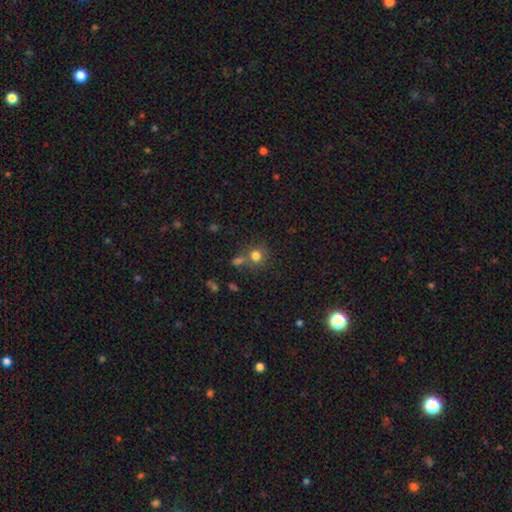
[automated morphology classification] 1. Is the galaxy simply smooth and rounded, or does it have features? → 78% smooth, 14% star or artifact, 8% featured or disk.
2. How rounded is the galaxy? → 83% round, 16% in between, 1% cigar-shaped.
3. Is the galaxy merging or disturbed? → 63% none, 20% merger, 12% minor disturbance, 5% major disturbance.